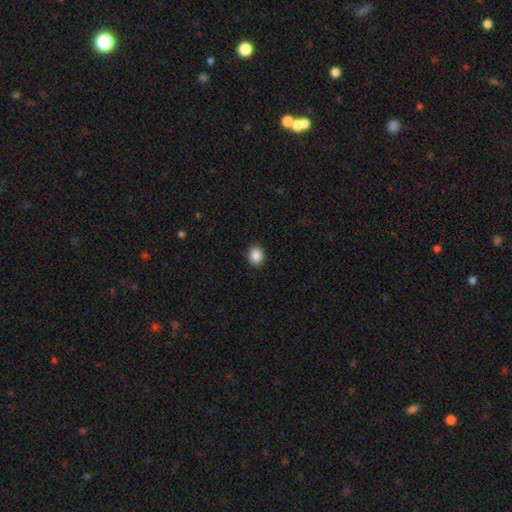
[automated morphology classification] The model was most divided on "how rounded": round: 65%, in between: 34%, cigar-shaped: 1%. More confident: merging — none (90%); smooth or featured — smooth (88%).